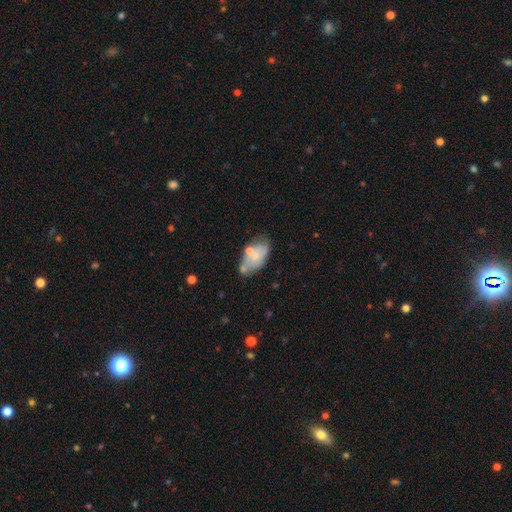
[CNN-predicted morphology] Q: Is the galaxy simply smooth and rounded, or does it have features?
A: smooth — 56%.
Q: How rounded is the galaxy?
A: in between — 92%.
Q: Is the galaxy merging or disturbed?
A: none — 47%.